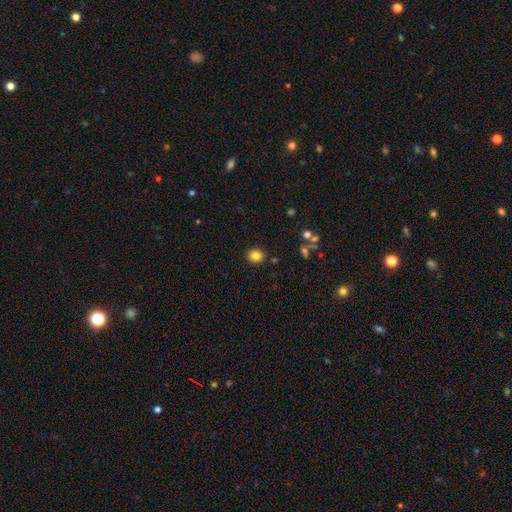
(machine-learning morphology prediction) The model was most divided on "how rounded": round: 82%, in between: 17%, cigar-shaped: 1%. More confident: merging — none (88%); smooth or featured — smooth (82%).